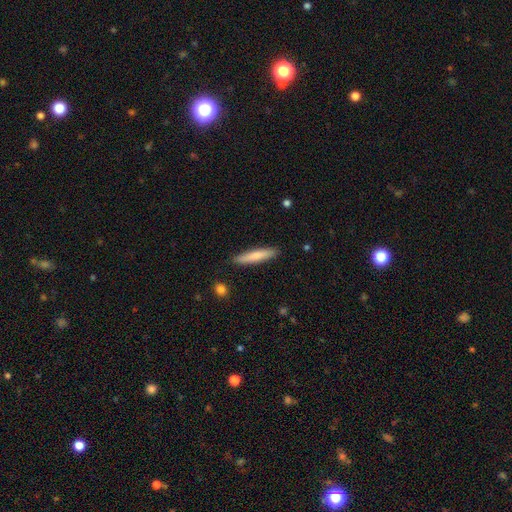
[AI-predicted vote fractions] Smooth or featured?
  - smooth: 74% *
  - featured or disk: 21%
  - star or artifact: 5%
How rounded?
  - cigar-shaped: 90% *
  - in between: 9%
  - round: 1%
Merging?
  - none: 89% *
  - minor disturbance: 8%
  - major disturbance: 2%
  - merger: 1%